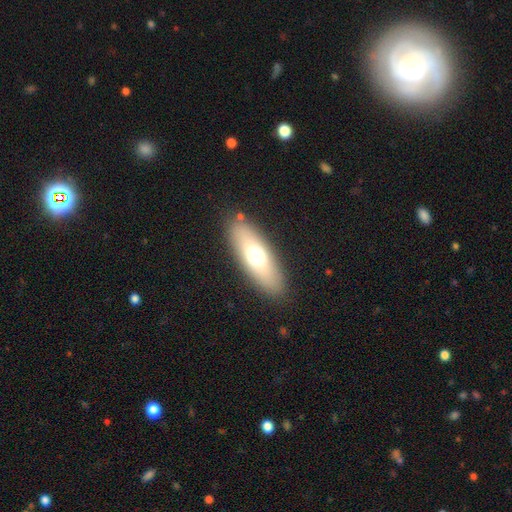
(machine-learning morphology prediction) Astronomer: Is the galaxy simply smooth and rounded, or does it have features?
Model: smooth — 63%.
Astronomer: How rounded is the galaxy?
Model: in between — 65%.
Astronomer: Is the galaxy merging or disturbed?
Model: none — 86%.